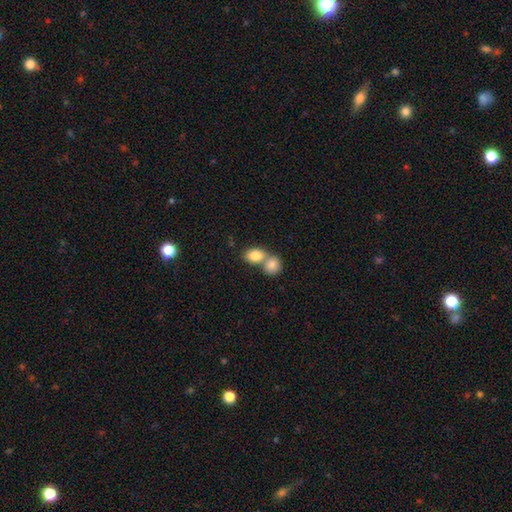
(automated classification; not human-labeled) smooth 83%, featured or disk 9%, star or artifact 8%. Down the decision tree: how rounded — in between (68%); merging — merger (60%).